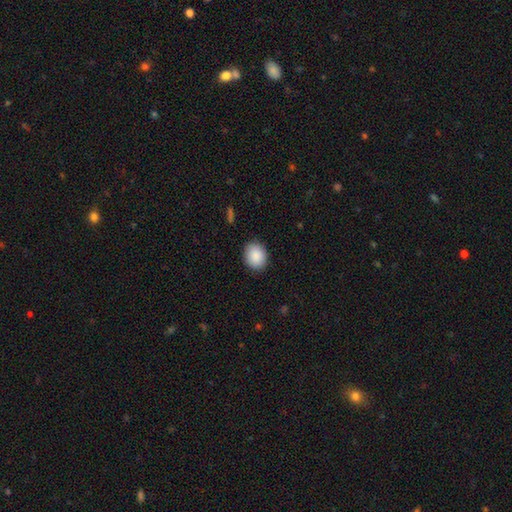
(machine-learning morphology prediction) Smooth or featured?
  - smooth: 90% *
  - star or artifact: 7%
  - featured or disk: 3%
How rounded?
  - round: 50% *
  - in between: 49%
  - cigar-shaped: 1%
Merging?
  - none: 89% *
  - minor disturbance: 8%
  - major disturbance: 2%
  - merger: 1%